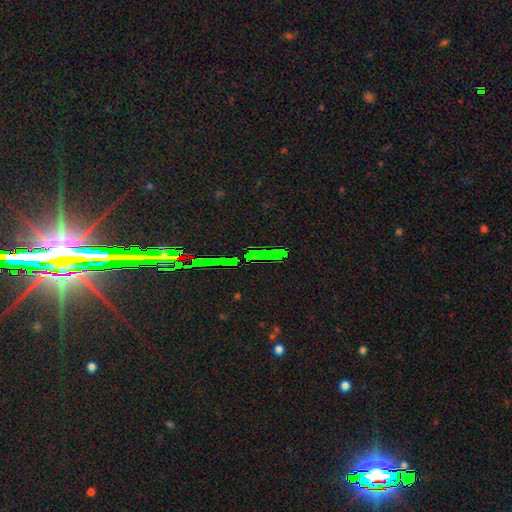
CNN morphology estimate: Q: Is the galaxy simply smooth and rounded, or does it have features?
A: star or artifact — 75%.